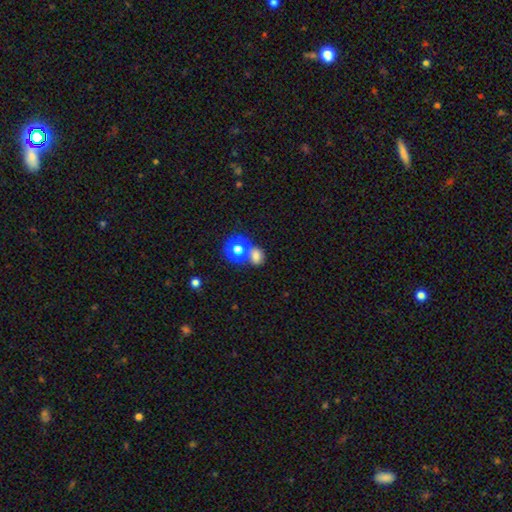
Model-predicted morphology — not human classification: Smooth or featured? Predicted: smooth (p=0.72). How rounded? Predicted: round (p=0.58). Merging? Predicted: none (p=0.54).